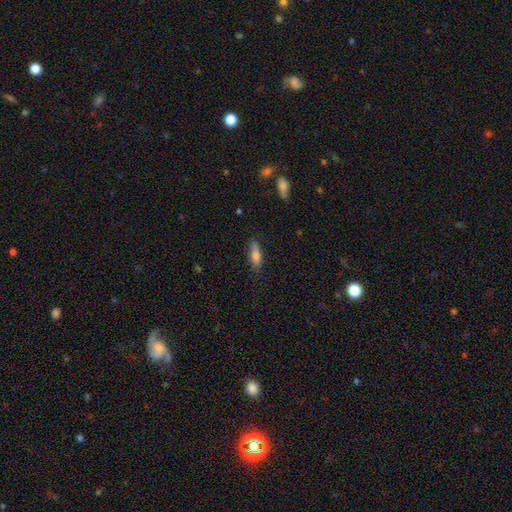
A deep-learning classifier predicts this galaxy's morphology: type=smooth (75%); roundness=in between (57%); merging=none (76%).